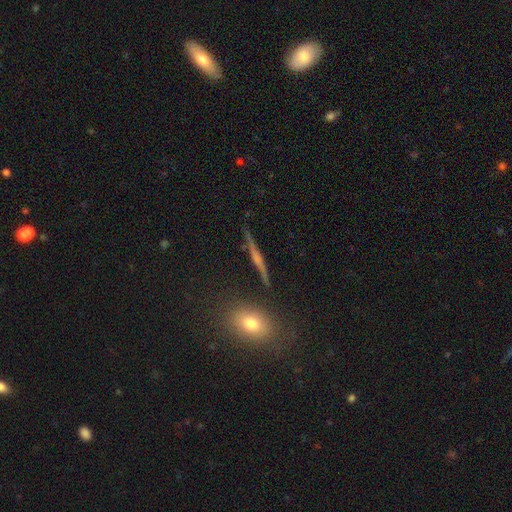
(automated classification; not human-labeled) Morphology: type=featured or disk (61%); edge-on=yes (94%); edge-on bulge=none (46%); merging=none (86%).